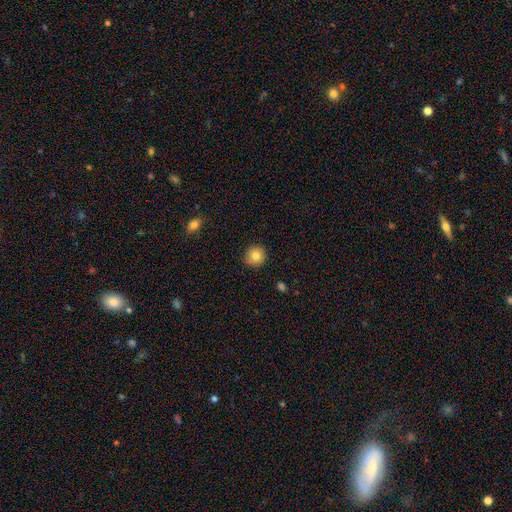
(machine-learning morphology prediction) smooth 82%, star or artifact 9%, featured or disk 8%. Down the decision tree: how rounded — round (92%); merging — none (89%).